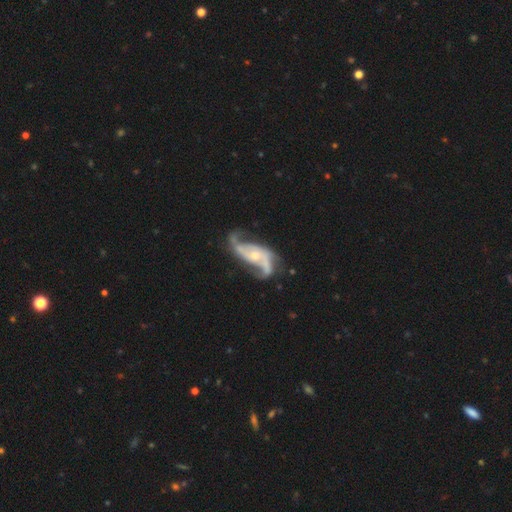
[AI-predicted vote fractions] Morphology: type=featured or disk (86%); edge-on=no (95%); bar=no (56%); spiral arms=yes (94%); winding=loose (59%); arm count=2 (75%); bulge=small (52%); merging=none (51%).